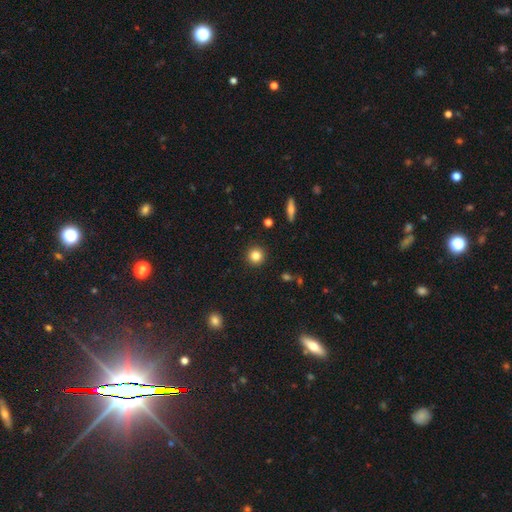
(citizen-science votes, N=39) Volunteers were most divided on "smooth or featured": smooth: 79%, featured or disk: 10%, star or artifact: 10%. More confident: merging — none (94%); how rounded — round (87%).